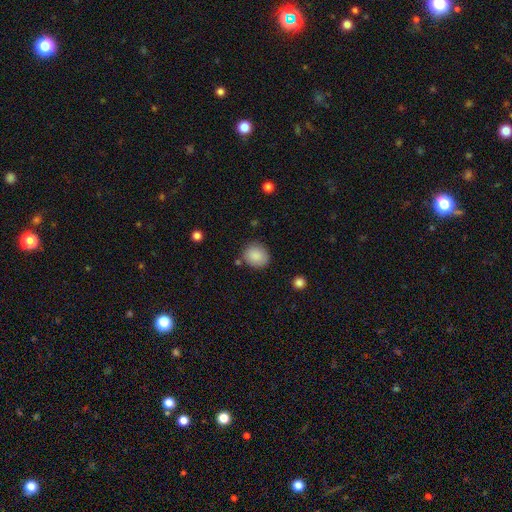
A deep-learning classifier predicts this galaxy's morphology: Smooth or featured: smooth — 88% (star or artifact — 8%)
How rounded: round — 77% (in between — 22%)
Merging: none — 82% (minor disturbance — 12%)